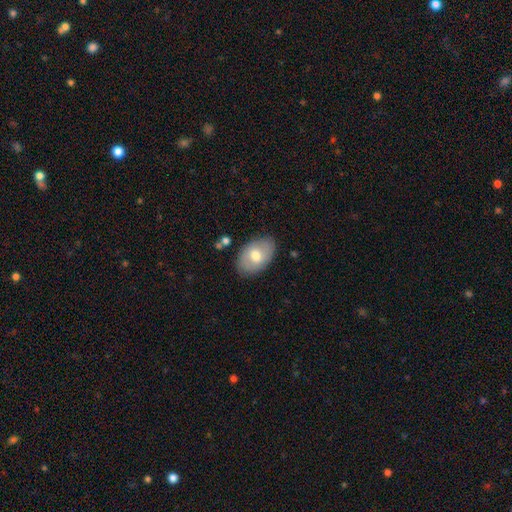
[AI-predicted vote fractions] Smooth or featured?
  - smooth: 66% *
  - featured or disk: 28%
  - star or artifact: 6%
How rounded?
  - in between: 90% *
  - round: 9%
  - cigar-shaped: 1%
Merging?
  - none: 82% *
  - minor disturbance: 13%
  - major disturbance: 3%
  - merger: 2%